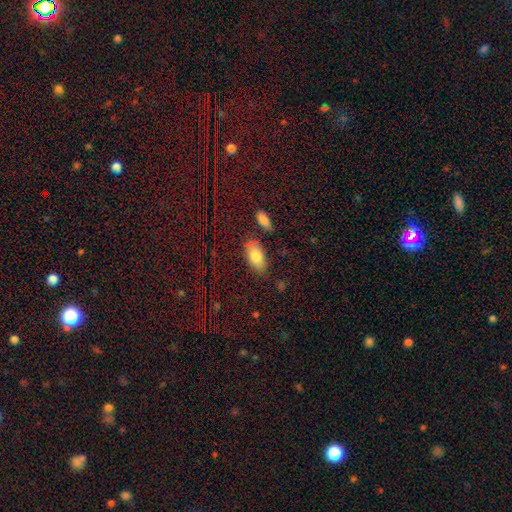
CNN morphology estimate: This is likely a smooth galaxy (79%). How rounded: clearly in between (91%). Merging: likely none (74%).